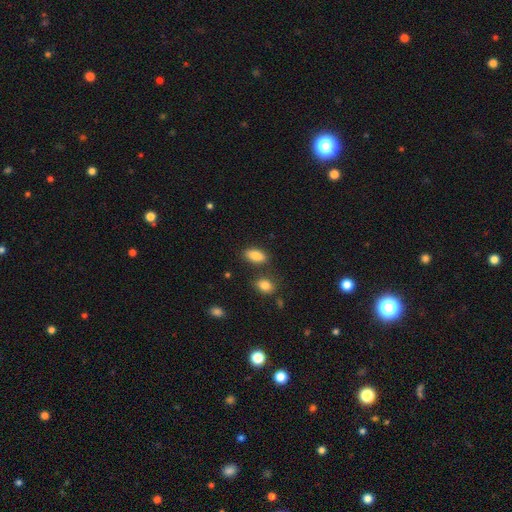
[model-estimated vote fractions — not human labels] A smooth galaxy with no disk features (87%) that is in between round and cigar-shaped (90%).

Vote fractions:
- Smooth or featured? smooth: 87% / star or artifact: 8% / featured or disk: 5%
- How rounded? in between: 90% / cigar-shaped: 6% / round: 4%
- Merging? none: 78% / minor disturbance: 12% / merger: 6% / major disturbance: 3%